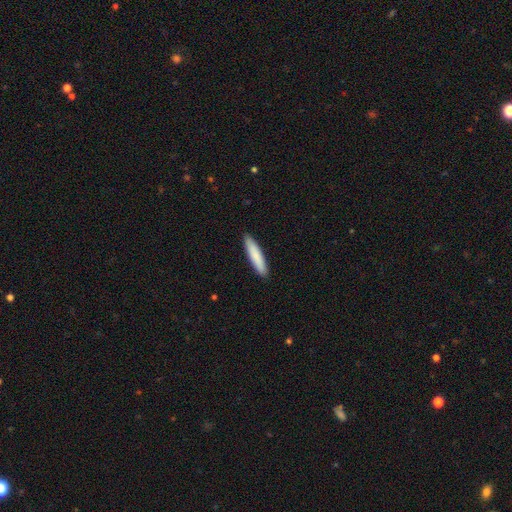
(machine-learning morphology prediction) This is clearly a smooth galaxy (84%). How rounded: clearly cigar-shaped (86%). Merging: clearly none (91%).